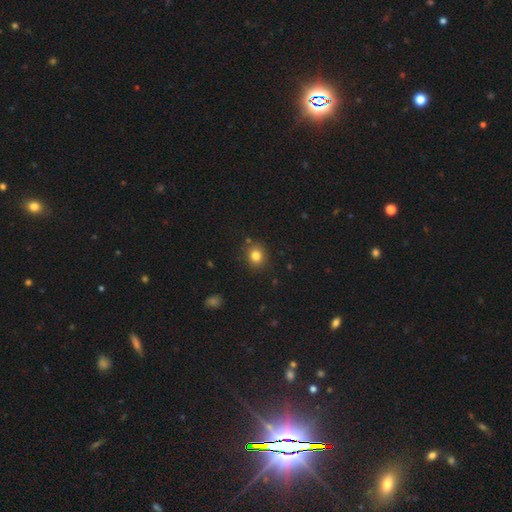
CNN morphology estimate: Overall: smooth (82%). How rounded: round (79%). Merging: none (86%).